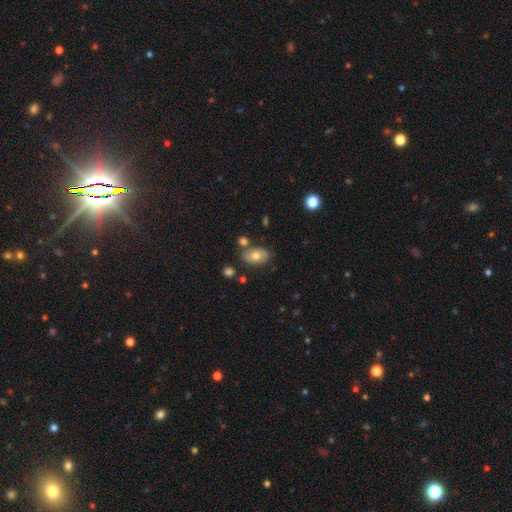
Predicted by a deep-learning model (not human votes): The model was most divided on "smooth or featured": smooth: 67%, featured or disk: 25%, star or artifact: 9%. More confident: how rounded — in between (86%); merging — none (72%).